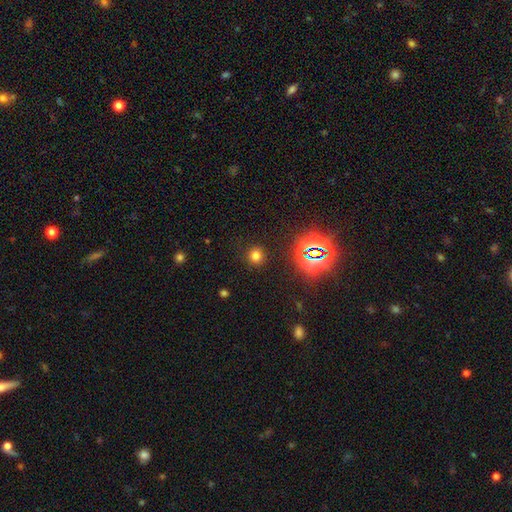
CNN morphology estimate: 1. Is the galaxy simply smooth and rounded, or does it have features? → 70% smooth, 23% star or artifact, 6% featured or disk.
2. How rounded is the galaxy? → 88% round, 11% in between, 1% cigar-shaped.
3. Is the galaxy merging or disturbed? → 89% none, 6% minor disturbance, 3% major disturbance, 2% merger.